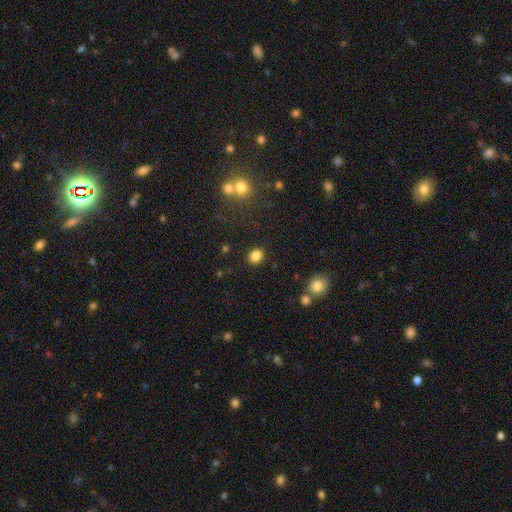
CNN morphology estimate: A smooth galaxy with no disk features (84%) that is round (59%).

Vote fractions:
- Smooth or featured? smooth: 84% / star or artifact: 12% / featured or disk: 5%
- How rounded? round: 59% / in between: 40% / cigar-shaped: 1%
- Merging? none: 86% / minor disturbance: 8% / merger: 3% / major disturbance: 3%